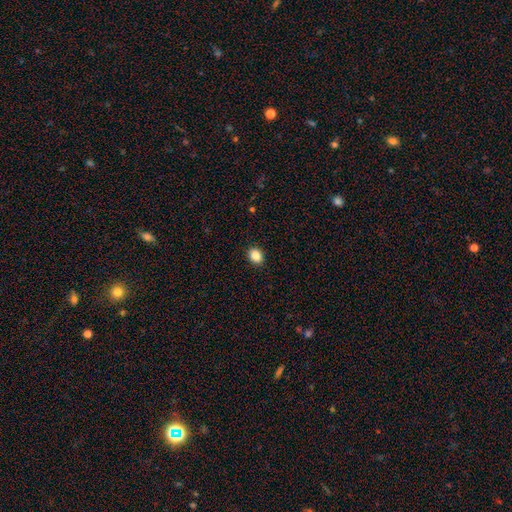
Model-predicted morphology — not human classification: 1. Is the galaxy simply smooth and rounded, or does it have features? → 86% smooth, 10% star or artifact, 4% featured or disk.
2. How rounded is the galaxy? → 50% in between, 49% round, 1% cigar-shaped.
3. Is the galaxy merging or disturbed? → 91% none, 6% minor disturbance, 2% major disturbance, 1% merger.